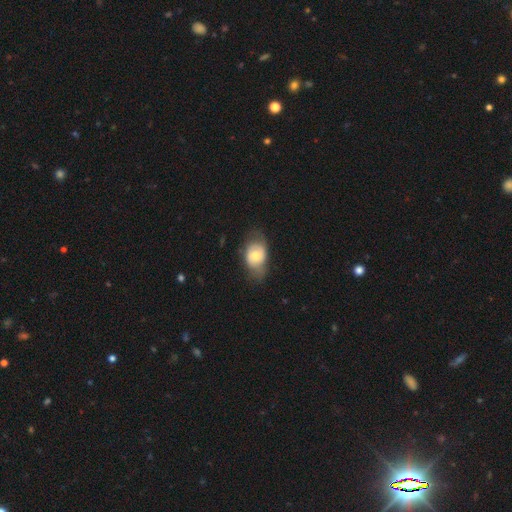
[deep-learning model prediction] Smooth or featured? Predicted: smooth (p=0.57). How rounded? Predicted: in between (p=0.74). Merging? Predicted: none (p=0.55).